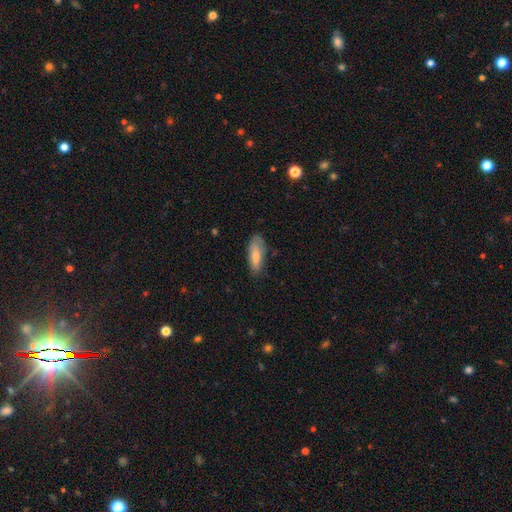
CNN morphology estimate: Smooth or featured?
  - smooth: 78% *
  - featured or disk: 16%
  - star or artifact: 6%
How rounded?
  - in between: 67% *
  - cigar-shaped: 32%
  - round: 2%
Merging?
  - none: 72% *
  - minor disturbance: 21%
  - major disturbance: 5%
  - merger: 2%